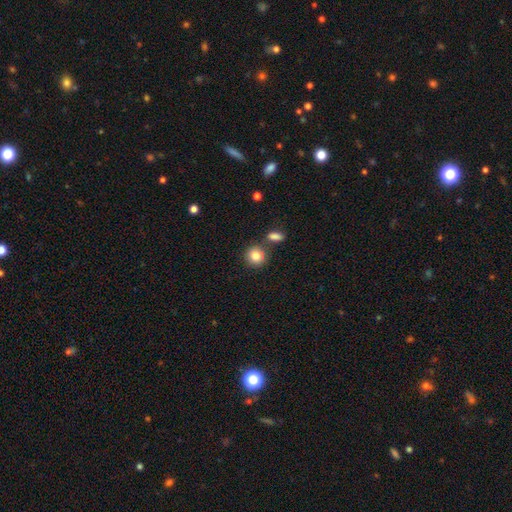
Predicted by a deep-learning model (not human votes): This appears to be a smooth galaxy with no disk features (83%) that is round (88%). Merging: none (75%).